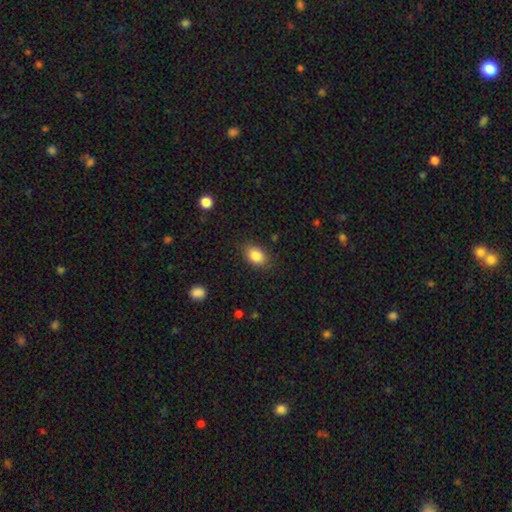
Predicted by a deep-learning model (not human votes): Smooth or featured? Predicted: smooth (p=0.86). How rounded? Predicted: in between (p=0.82). Merging? Predicted: none (p=0.85).